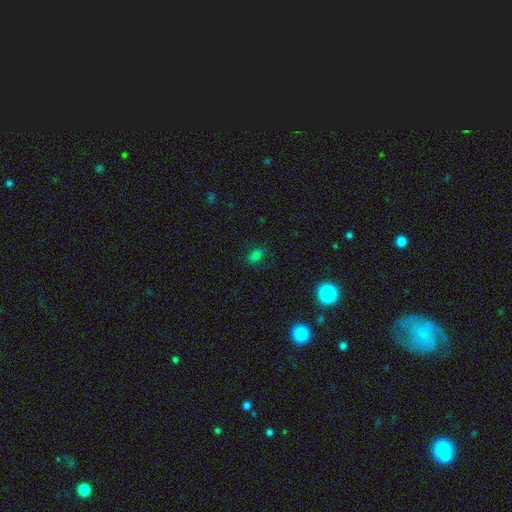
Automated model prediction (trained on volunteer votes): Morphology: type=smooth (75%); roundness=in between (78%); merging=none (79%).